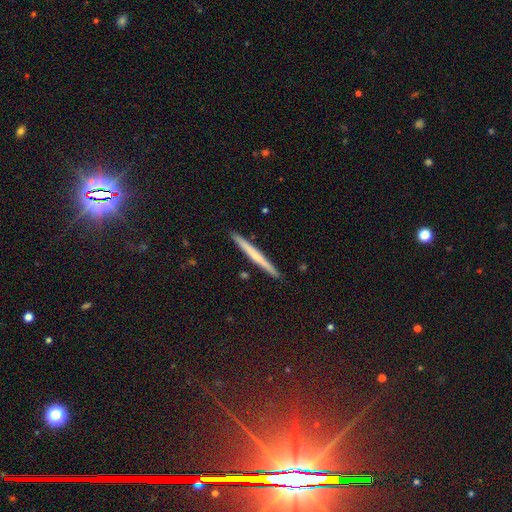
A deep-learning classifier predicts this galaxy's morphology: smooth-or-featured: smooth: 52% | featured or disk: 41% | star or artifact: 6%
  how-rounded: cigar-shaped: 97% | in between: 2% | round: 1%
  merging: none: 91% | minor disturbance: 6% | merger: 1% | major disturbance: 1%